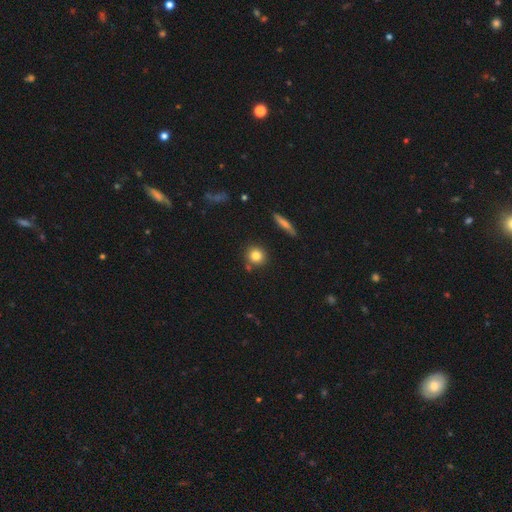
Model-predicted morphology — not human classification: The model was most divided on "smooth or featured": smooth: 81%, star or artifact: 10%, featured or disk: 9%. More confident: how rounded — round (89%); merging — none (80%).